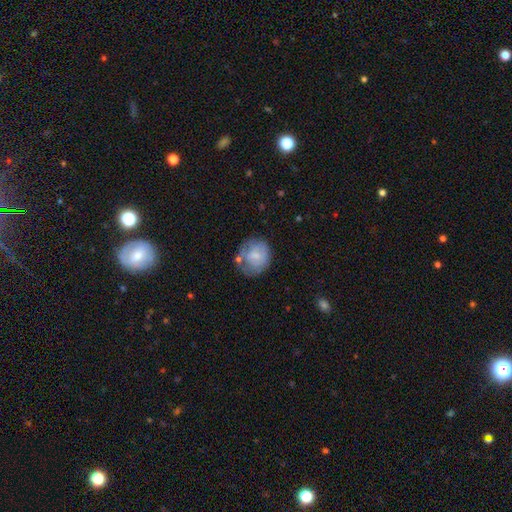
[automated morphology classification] A smooth galaxy with no disk features (63%) that is round (76%).

Vote fractions:
- Smooth or featured? smooth: 63% / featured or disk: 29% / star or artifact: 8%
- How rounded? round: 76% / in between: 23% / cigar-shaped: 1%
- Merging? none: 50% / minor disturbance: 28% / major disturbance: 15% / merger: 8%